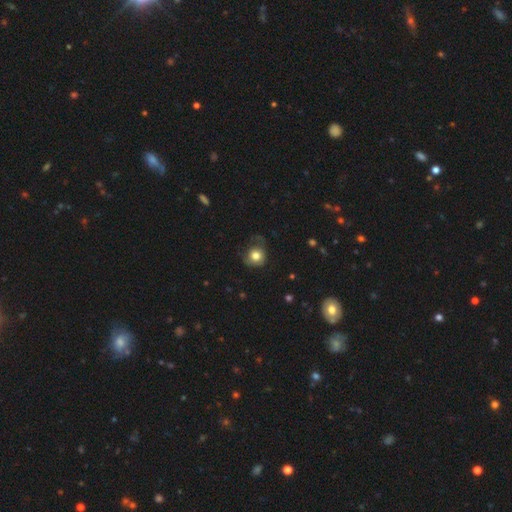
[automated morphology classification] This appears to be a smooth galaxy with no disk features (76%) that is round (85%). Merging: none (52%).